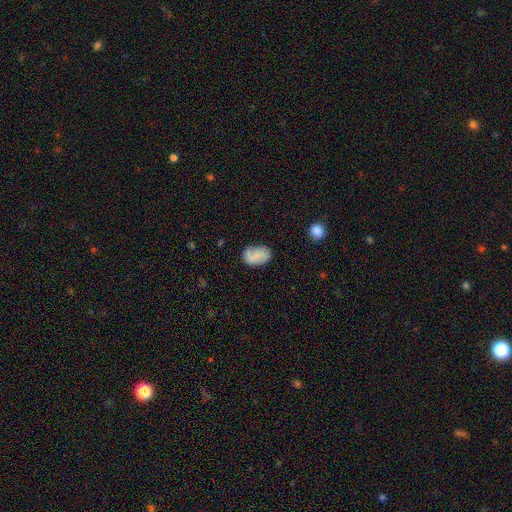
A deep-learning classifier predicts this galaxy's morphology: A smooth galaxy with no disk features (73%) that is in between round and cigar-shaped (88%). Merging: none (67%).